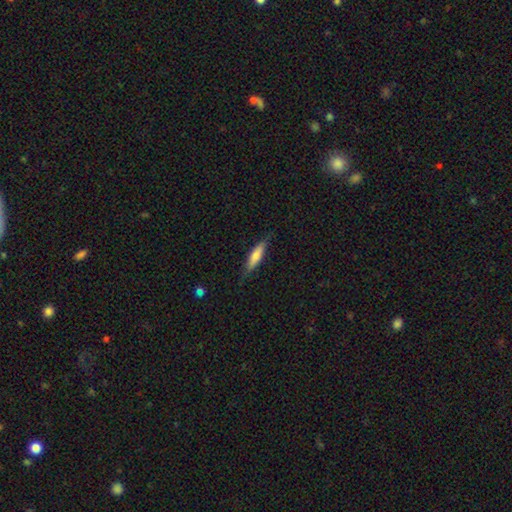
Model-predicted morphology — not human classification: type=smooth (69%); roundness=cigar-shaped (71%); merging=none (78%).